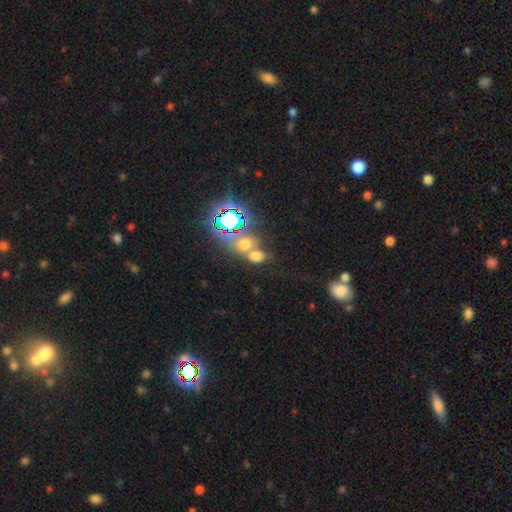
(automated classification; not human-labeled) Smooth or featured? Predicted: smooth (p=0.59). How rounded? Predicted: in between (p=0.59). Merging? Predicted: merger (p=0.50).